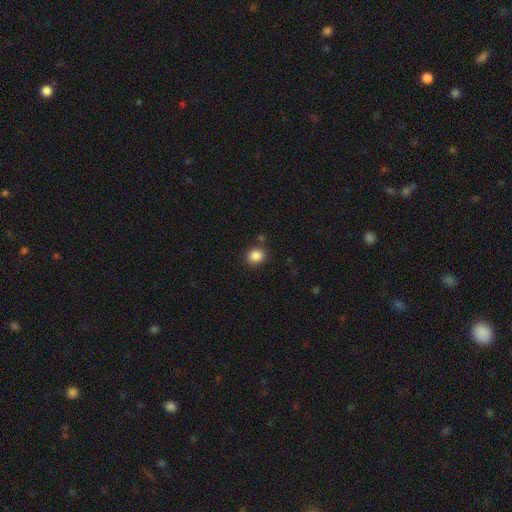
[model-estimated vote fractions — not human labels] Smooth or featured?
  - smooth: 87% *
  - star or artifact: 9%
  - featured or disk: 3%
How rounded?
  - round: 62% *
  - in between: 37%
  - cigar-shaped: 1%
Merging?
  - none: 84% *
  - minor disturbance: 9%
  - merger: 4%
  - major disturbance: 3%